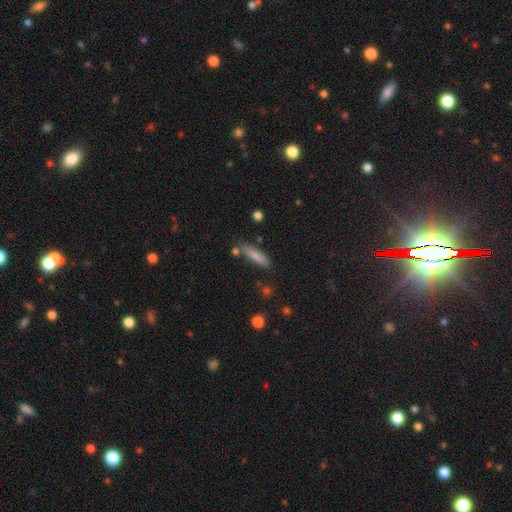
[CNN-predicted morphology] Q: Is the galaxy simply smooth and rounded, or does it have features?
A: smooth — 79%.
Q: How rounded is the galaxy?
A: cigar-shaped — 71%.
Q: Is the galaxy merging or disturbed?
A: none — 76%.